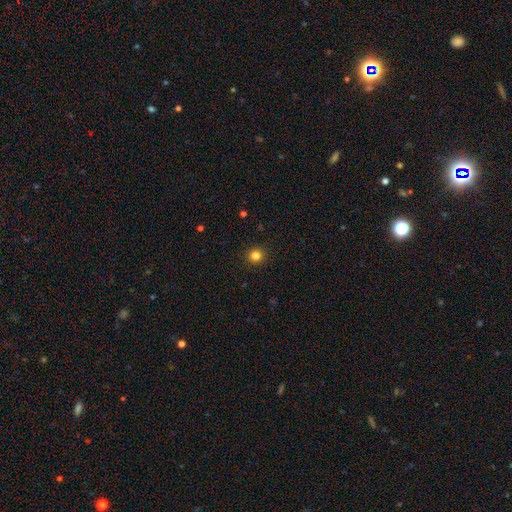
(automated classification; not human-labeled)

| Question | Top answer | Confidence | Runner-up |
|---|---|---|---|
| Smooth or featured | smooth | 83% | star or artifact (13%) |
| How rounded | round | 92% | in between (8%) |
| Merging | none | 92% | minor disturbance (5%) |